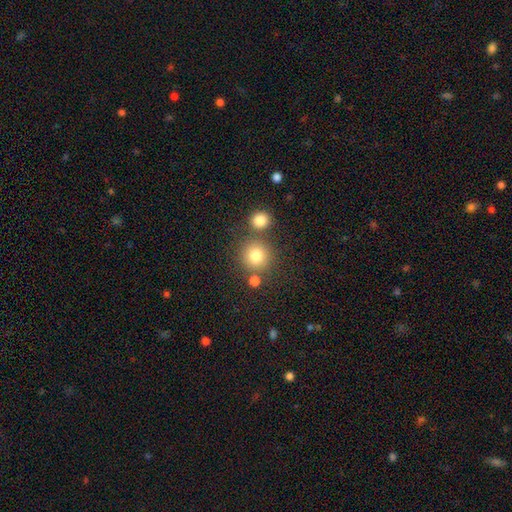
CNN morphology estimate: This appears to be a smooth galaxy with no disk features (79%) that is round (92%). Merging: none (74%).